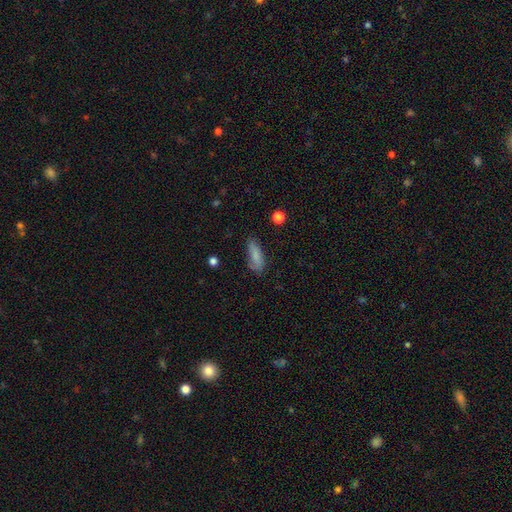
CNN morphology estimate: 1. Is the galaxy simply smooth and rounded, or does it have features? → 82% smooth, 11% featured or disk, 8% star or artifact.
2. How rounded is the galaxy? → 59% in between, 39% cigar-shaped, 2% round.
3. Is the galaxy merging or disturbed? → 71% none, 22% minor disturbance, 5% major disturbance, 2% merger.